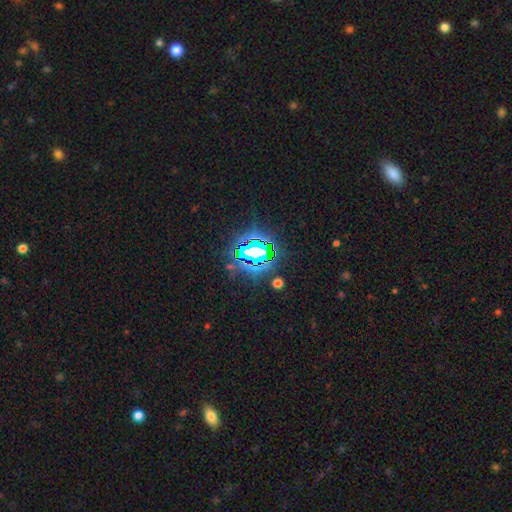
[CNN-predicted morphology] This is likely a star or artifact rather than a galaxy (75%).